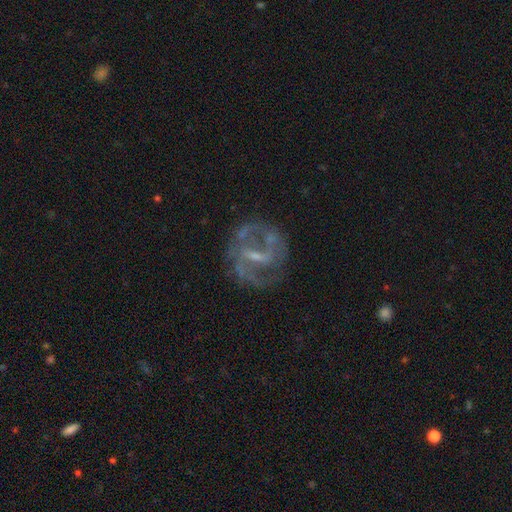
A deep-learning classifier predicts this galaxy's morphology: A featured or disk galaxy (82%) with a weak bar (45%), 2 (63%) medium (49%) spiral arms (83%) and a small central bulge (58%). Merging: none (67%).